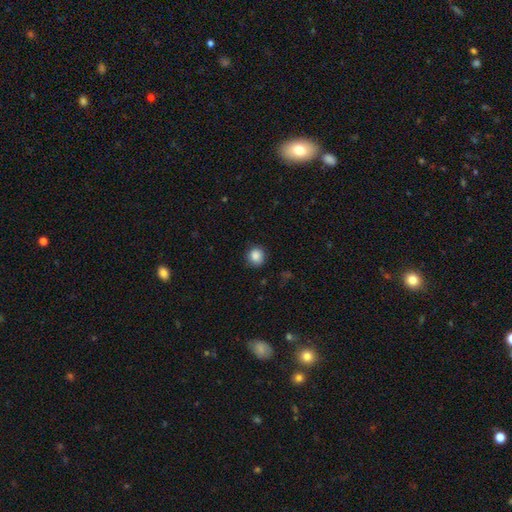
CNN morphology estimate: Q: Smooth or featured?
A: smooth (87%); runner-up: star or artifact (9%)
Q: How rounded?
A: round (87%); runner-up: in between (12%)
Q: Merging?
A: none (84%); runner-up: minor disturbance (13%)